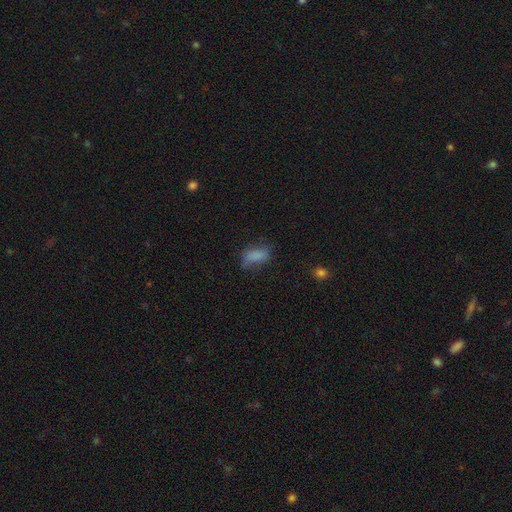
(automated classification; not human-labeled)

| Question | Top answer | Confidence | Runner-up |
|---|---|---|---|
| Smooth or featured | smooth | 77% | star or artifact (12%) |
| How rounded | in between | 86% | cigar-shaped (8%) |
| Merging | none | 52% | minor disturbance (29%) |